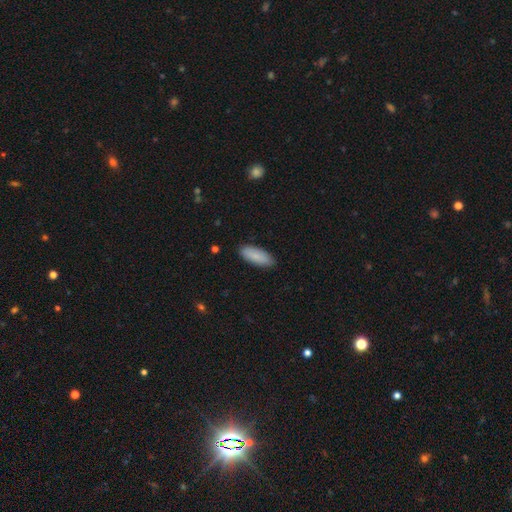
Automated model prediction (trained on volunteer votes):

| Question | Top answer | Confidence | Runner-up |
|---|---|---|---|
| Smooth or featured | smooth | 87% | featured or disk (7%) |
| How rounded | in between | 73% | cigar-shaped (26%) |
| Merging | none | 88% | minor disturbance (9%) |